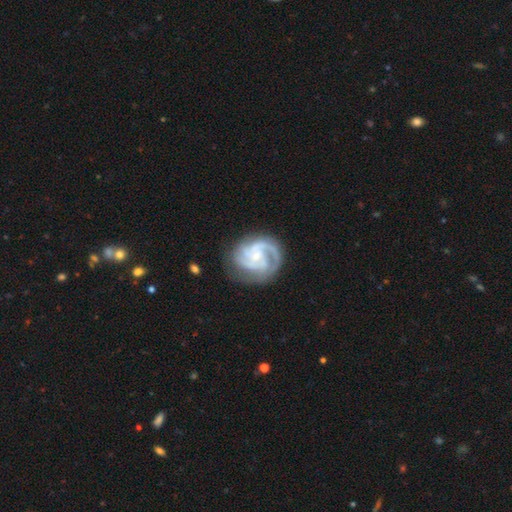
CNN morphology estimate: The model was most divided on "spiral winding": tight: 46%, medium: 43%, loose: 11%. Remaining: edge-on disk — no (98%); spiral arms — yes (97%); smooth or featured — featured or disk (87%); bulge size — small (69%); merging — none (67%); bar — no (59%); spiral arm count — 3 (40%).